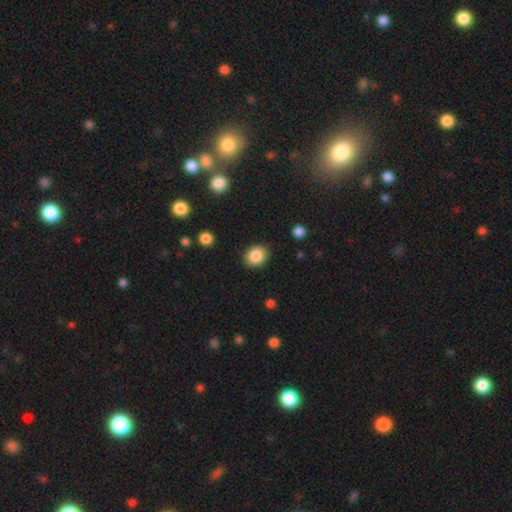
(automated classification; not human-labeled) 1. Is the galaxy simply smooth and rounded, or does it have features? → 86% smooth, 8% star or artifact, 5% featured or disk.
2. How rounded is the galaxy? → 55% round, 44% in between, 1% cigar-shaped.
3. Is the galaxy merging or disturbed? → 87% none, 9% minor disturbance, 2% major disturbance, 2% merger.